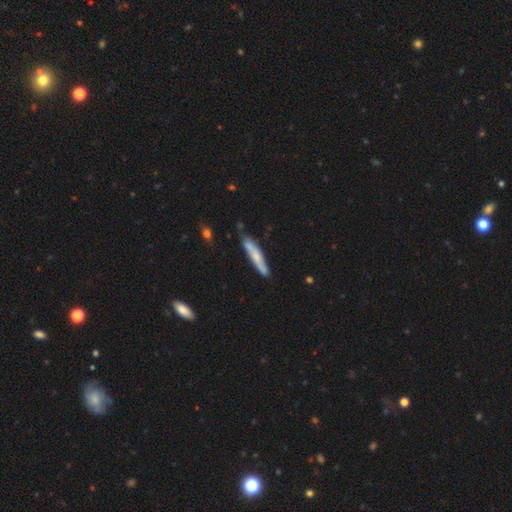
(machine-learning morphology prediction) Q: Smooth or featured?
A: smooth (50%); runner-up: featured or disk (44%)
Q: Merging?
A: none (75%); runner-up: minor disturbance (19%)